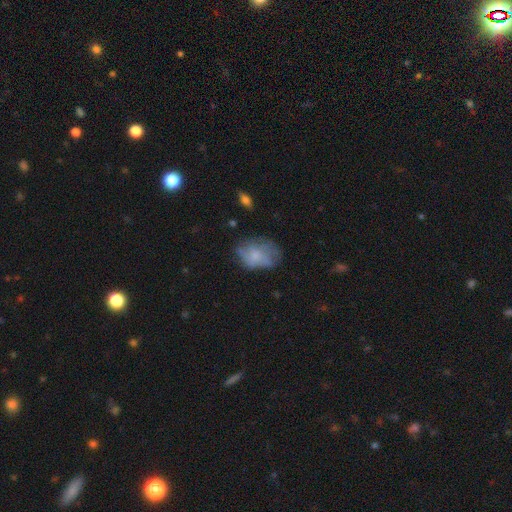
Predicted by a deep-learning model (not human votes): Q: Smooth or featured?
A: smooth (60%); runner-up: featured or disk (31%)
Q: How rounded?
A: in between (76%); runner-up: round (23%)
Q: Merging?
A: none (47%); runner-up: minor disturbance (31%)